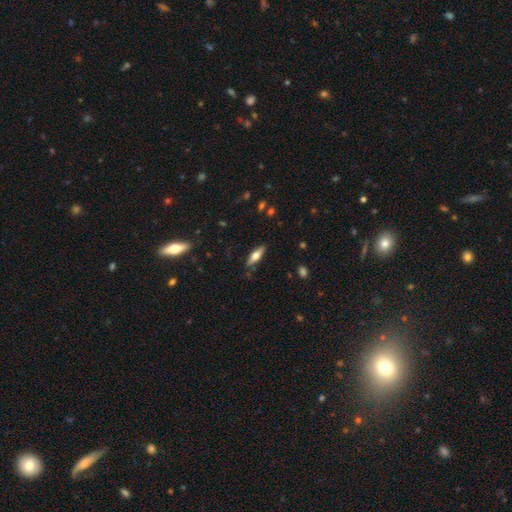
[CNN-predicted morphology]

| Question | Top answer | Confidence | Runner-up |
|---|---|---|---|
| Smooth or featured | smooth | 56% | featured or disk (38%) |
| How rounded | in between | 52% | cigar-shaped (45%) |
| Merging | none | 84% | minor disturbance (12%) |